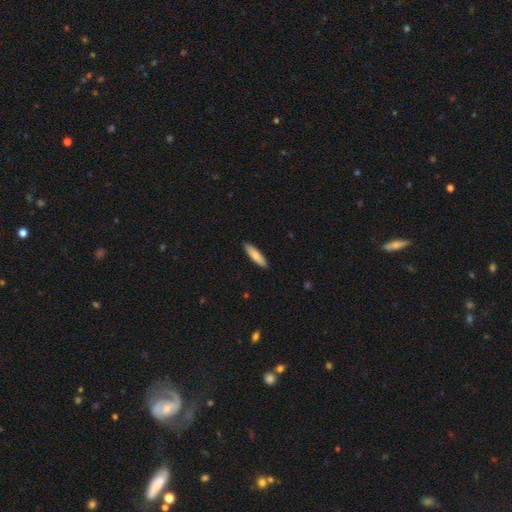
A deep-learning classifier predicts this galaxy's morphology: type=smooth (82%); roundness=cigar-shaped (70%); merging=none (91%).